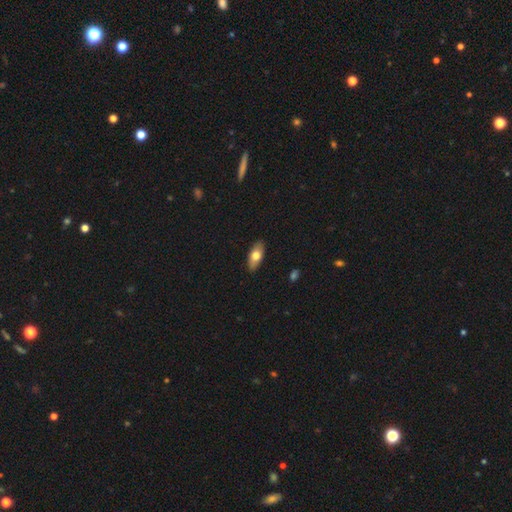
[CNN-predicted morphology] Overall: smooth (71%). How rounded: in between (82%). Merging: none (88%).